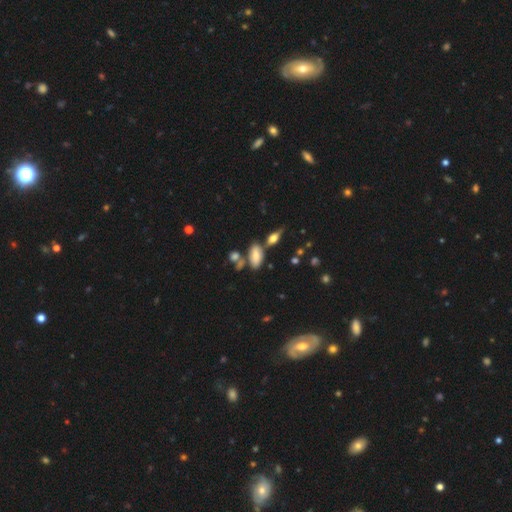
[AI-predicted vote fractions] Overall: smooth (70%). How rounded: in between (88%). Merging: none (56%; merger 21%).